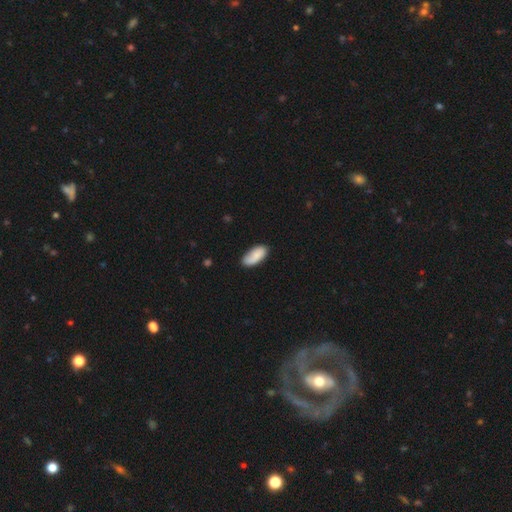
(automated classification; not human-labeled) The model was most divided on "merging": none: 71%, minor disturbance: 21%, major disturbance: 5%, merger: 3%. More confident: how rounded — in between (90%); smooth or featured — smooth (82%).